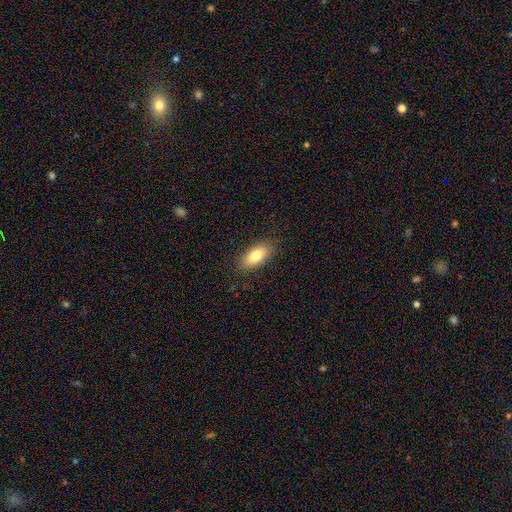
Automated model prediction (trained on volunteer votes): Smooth or featured: smooth — 78% (featured or disk — 14%)
How rounded: in between — 87% (cigar-shaped — 9%)
Merging: none — 85% (minor disturbance — 11%)